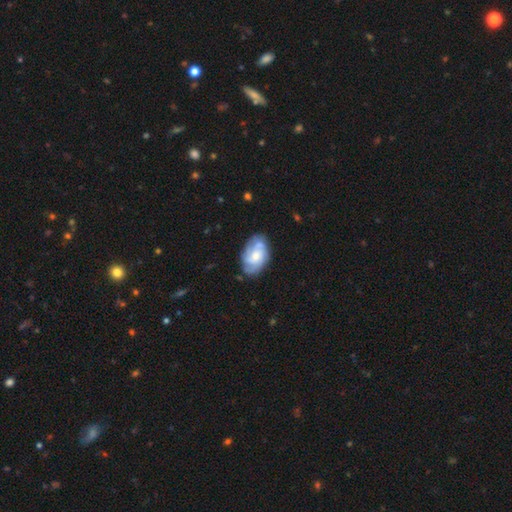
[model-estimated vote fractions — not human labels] The model was most divided on "bulge size" (2-way tie): moderate: 46%, small: 46%, large: 4%, none: 3%, dominant: 1%. Remaining: edge-on disk — no (96%); spiral arms — yes (83%); bar — no (73%); merging — none (67%); smooth or featured — featured or disk (63%); spiral winding — tight (51%); spiral arm count — can't tell (38%).